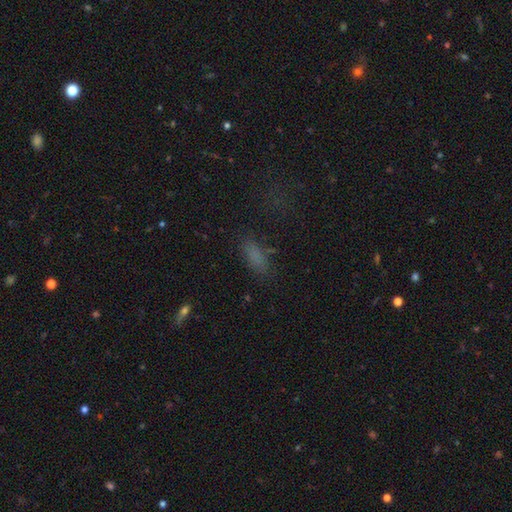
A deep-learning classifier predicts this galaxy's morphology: Smooth or featured? Predicted: smooth (p=0.74). How rounded? Predicted: in between (p=0.64). Merging? Predicted: none (p=0.70).